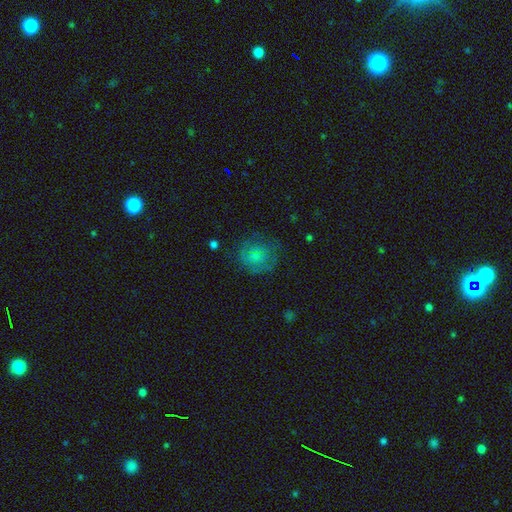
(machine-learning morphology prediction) type=smooth (64%); roundness=round (77%); merging=none (65%).